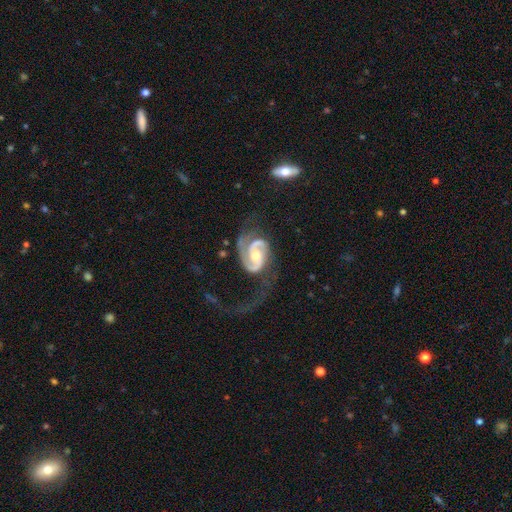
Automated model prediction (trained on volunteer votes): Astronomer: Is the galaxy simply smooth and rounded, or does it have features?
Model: featured or disk — 91%.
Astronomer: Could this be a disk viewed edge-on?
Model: no — 98%.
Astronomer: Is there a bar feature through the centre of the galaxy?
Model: no — 50% (runner-up: weak, 36%).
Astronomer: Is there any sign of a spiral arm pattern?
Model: yes — 98%.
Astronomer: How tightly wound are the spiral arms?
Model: medium — 48% (runner-up: tight, 28%).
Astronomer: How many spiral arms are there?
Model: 2 — 88%.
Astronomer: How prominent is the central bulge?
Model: moderate — 66%.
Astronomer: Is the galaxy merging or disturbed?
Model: none — 43% (runner-up: major disturbance, 35%).